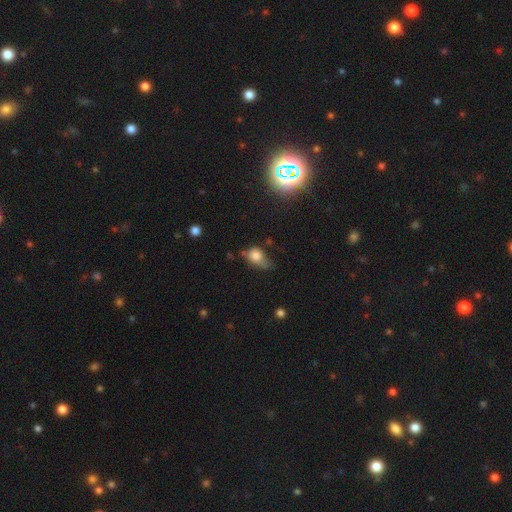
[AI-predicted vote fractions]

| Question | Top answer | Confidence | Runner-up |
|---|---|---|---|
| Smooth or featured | smooth | 74% | featured or disk (14%) |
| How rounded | in between | 62% | round (34%) |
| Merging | minor disturbance | 40% | none (31%) |